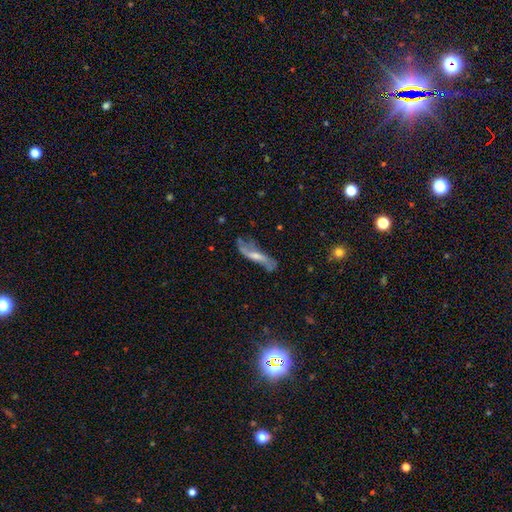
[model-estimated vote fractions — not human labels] smooth_or_featured: featured or disk (p=0.67) [alt: smooth p=0.24]
disk_edge_on: no (p=0.67) [alt: yes p=0.33]
merging: none (p=0.62) [alt: minor disturbance p=0.23]